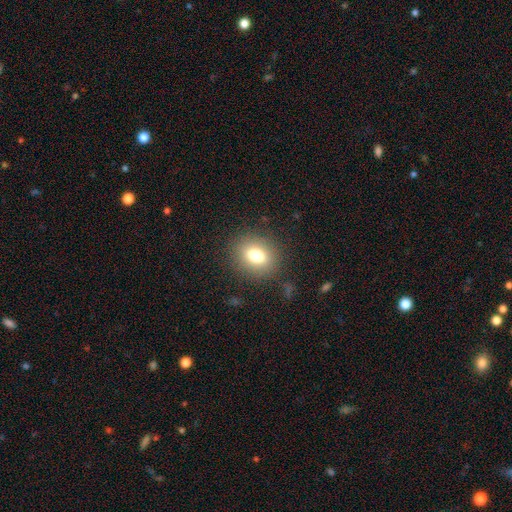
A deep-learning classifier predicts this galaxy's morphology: smooth-or-featured: smooth: 75% | featured or disk: 13% | star or artifact: 12%
  how-rounded: round: 55% | in between: 44% | cigar-shaped: 1%
  merging: none: 85% | minor disturbance: 9% | major disturbance: 4% | merger: 1%